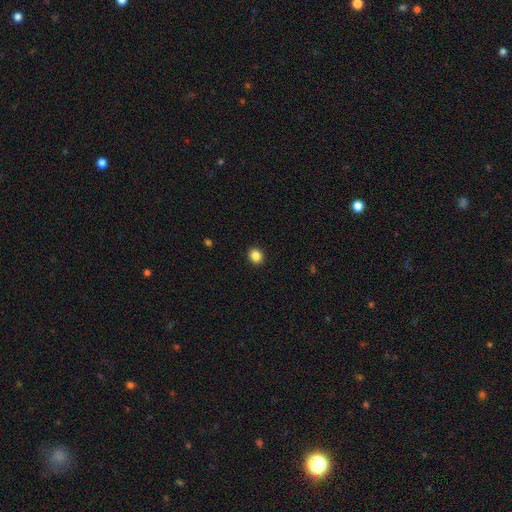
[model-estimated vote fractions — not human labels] Smooth or featured?
  - smooth: 86% *
  - star or artifact: 10%
  - featured or disk: 4%
How rounded?
  - round: 74% *
  - in between: 25%
  - cigar-shaped: 1%
Merging?
  - none: 92% *
  - minor disturbance: 5%
  - major disturbance: 2%
  - merger: 1%